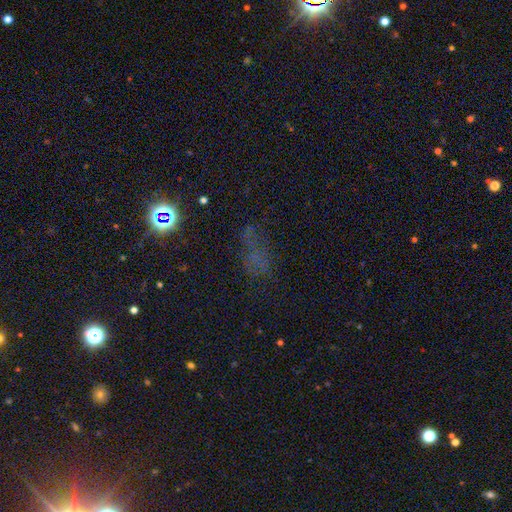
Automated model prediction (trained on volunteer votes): Morphology: type=star or artifact (47%).